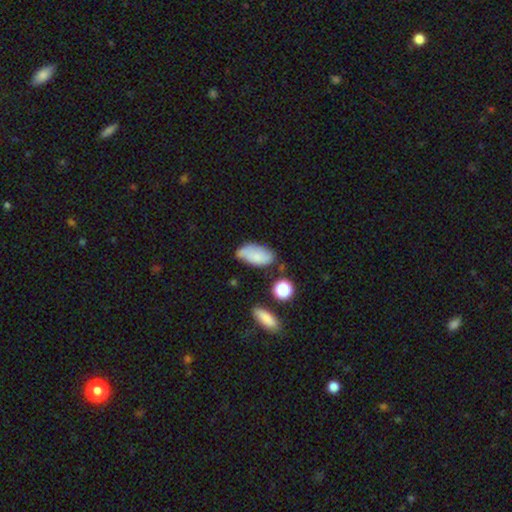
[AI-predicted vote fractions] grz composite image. It shows a smooth galaxy with no disk features (74%) that is in between round and cigar-shaped (93%). Merging: none (54%).